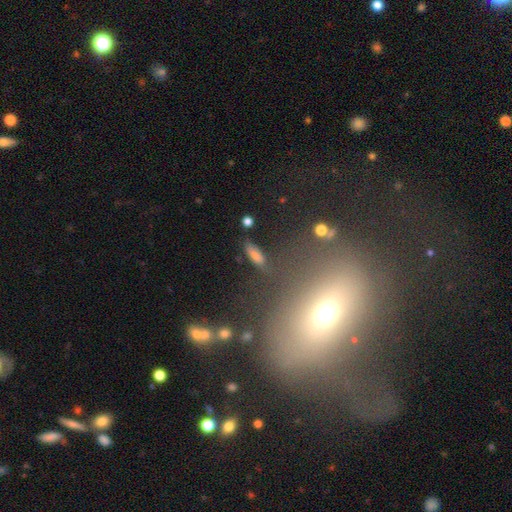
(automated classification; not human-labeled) smooth_or_featured: smooth (p=0.74) [alt: featured or disk p=0.15]
how_rounded: in between (p=0.58) [alt: cigar-shaped p=0.38]
merging: none (p=0.73) [alt: minor disturbance p=0.17]